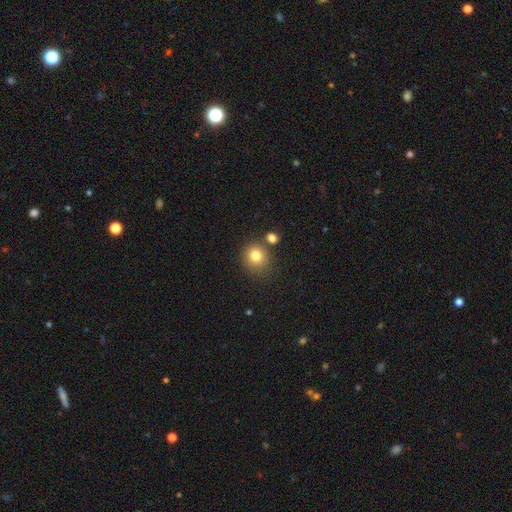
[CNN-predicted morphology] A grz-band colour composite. It shows a smooth galaxy with no disk features (80%) that is round (85%). Merging: none (71%).